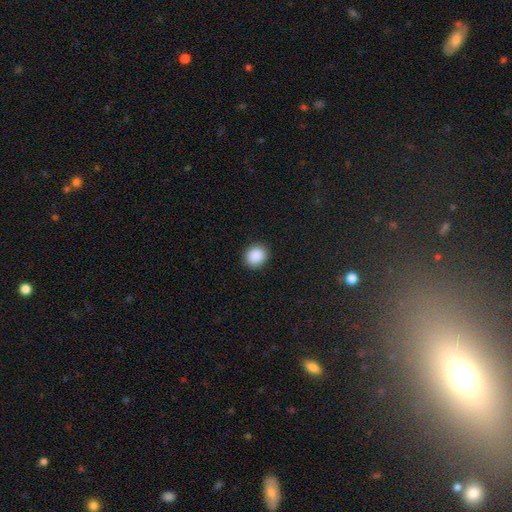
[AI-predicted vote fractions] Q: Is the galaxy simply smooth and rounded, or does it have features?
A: smooth — 89%.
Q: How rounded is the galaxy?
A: round — 74%.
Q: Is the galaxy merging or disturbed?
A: none — 90%.